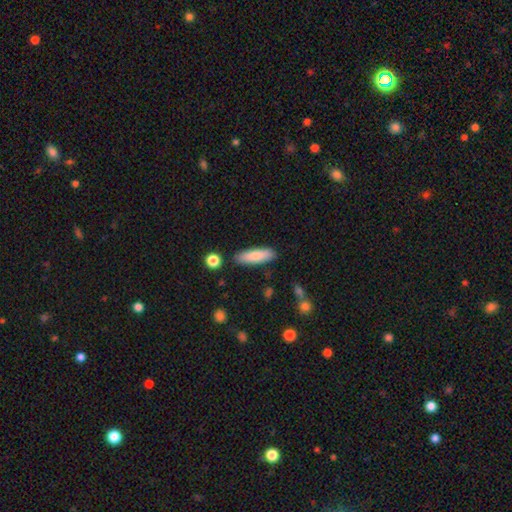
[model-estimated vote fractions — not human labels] Smooth or featured: smooth — 81% (featured or disk — 13%)
How rounded: cigar-shaped — 61% (in between — 38%)
Merging: none — 86% (minor disturbance — 10%)